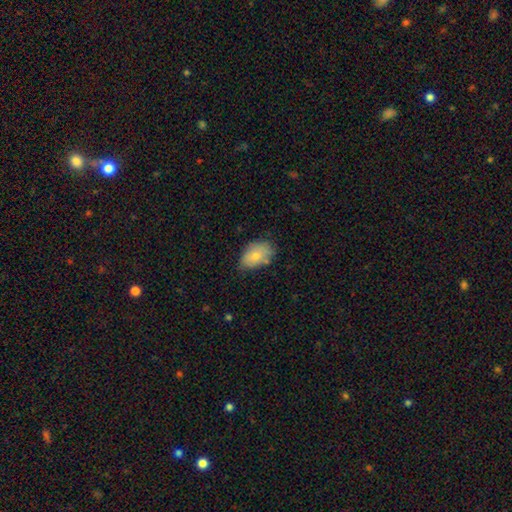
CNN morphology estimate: Overall: smooth (77%). How rounded: in between (88%). Merging: none (65%; minor disturbance 27%).